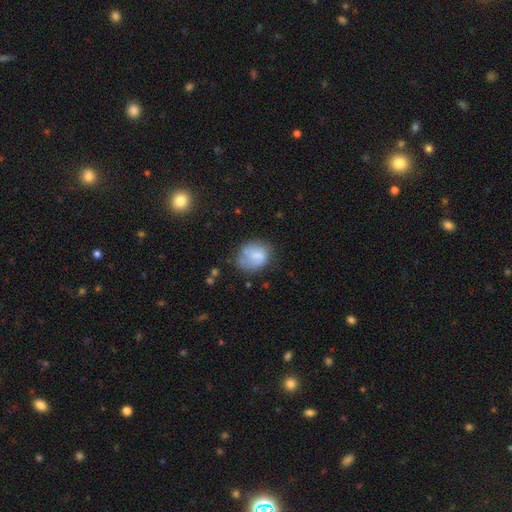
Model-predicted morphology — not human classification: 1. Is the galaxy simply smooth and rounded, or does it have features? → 73% smooth, 19% featured or disk, 8% star or artifact.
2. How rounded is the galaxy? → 62% round, 37% in between, 1% cigar-shaped.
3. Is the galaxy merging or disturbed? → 50% none, 29% minor disturbance, 15% major disturbance, 6% merger.